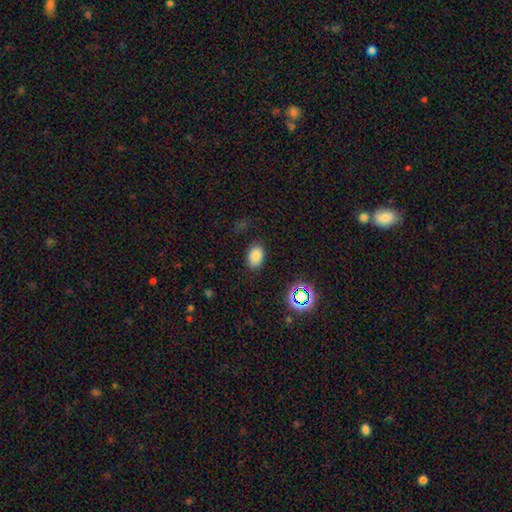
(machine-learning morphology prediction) type=smooth (81%); roundness=in between (84%); merging=none (82%).